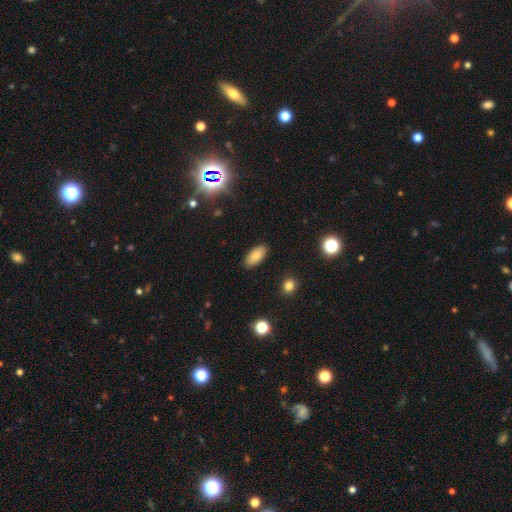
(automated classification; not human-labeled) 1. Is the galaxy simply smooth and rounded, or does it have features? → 84% smooth, 9% star or artifact, 7% featured or disk.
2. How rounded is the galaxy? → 93% in between, 5% cigar-shaped, 3% round.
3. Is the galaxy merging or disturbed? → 88% none, 9% minor disturbance, 2% major disturbance, 1% merger.